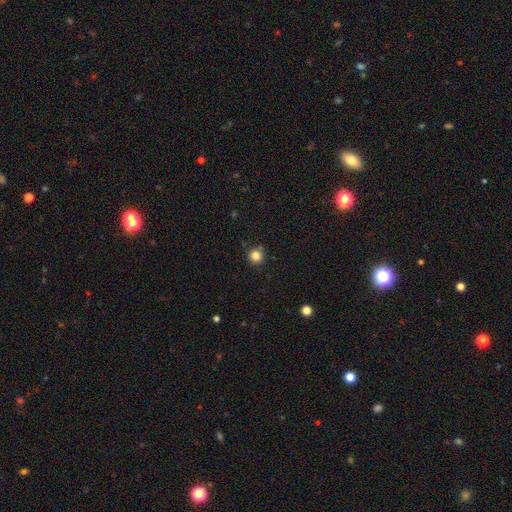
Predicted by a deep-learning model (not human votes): The model was most divided on "smooth or featured": smooth: 83%, star or artifact: 12%, featured or disk: 4%. More confident: how rounded — round (93%); merging — none (87%).